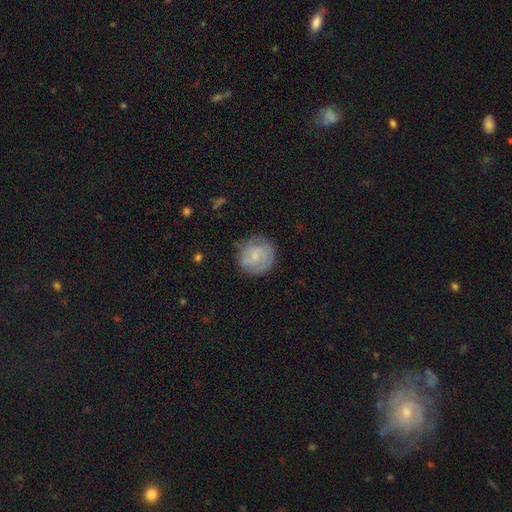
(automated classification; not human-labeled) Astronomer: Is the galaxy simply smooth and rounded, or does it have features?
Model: featured or disk — 53% (runner-up: smooth, 40%).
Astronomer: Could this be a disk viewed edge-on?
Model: no — 98%.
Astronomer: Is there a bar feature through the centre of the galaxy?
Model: no — 65%.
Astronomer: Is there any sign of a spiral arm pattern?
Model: yes — 82%.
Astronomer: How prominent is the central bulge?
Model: small — 63%.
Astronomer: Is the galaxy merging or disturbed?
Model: none — 76%.